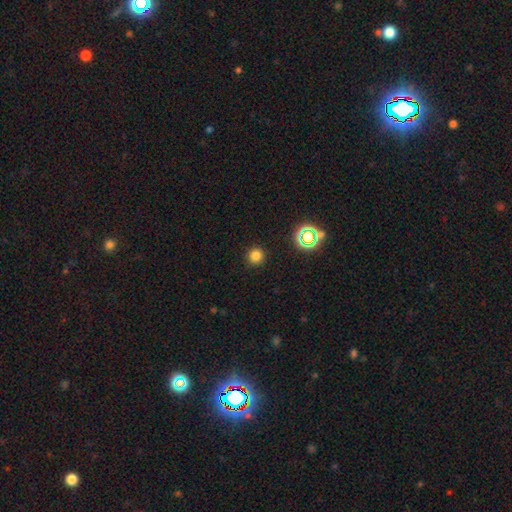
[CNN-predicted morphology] Smooth or featured?
  - smooth: 78% *
  - star or artifact: 17%
  - featured or disk: 5%
How rounded?
  - round: 95% *
  - in between: 4%
  - cigar-shaped: 1%
Merging?
  - none: 91% *
  - minor disturbance: 5%
  - major disturbance: 2%
  - merger: 1%